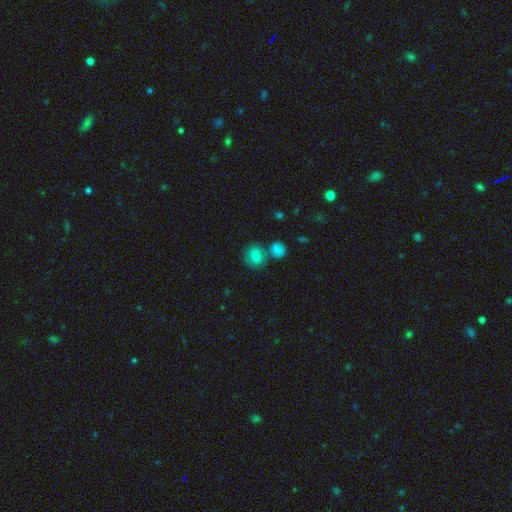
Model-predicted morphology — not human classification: Overall: smooth (77%). How rounded: round (71%). Merging: none (63%).